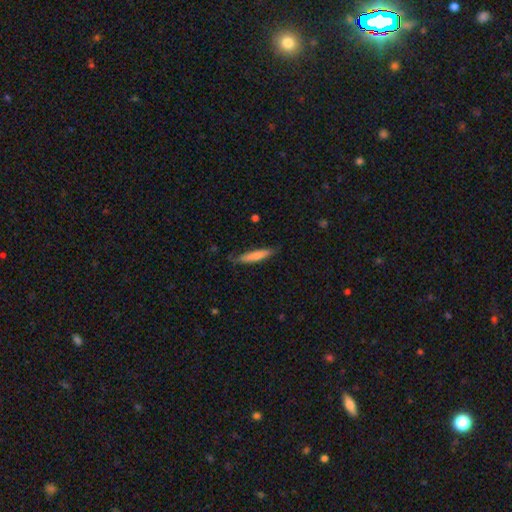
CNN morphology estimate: Smooth or featured?
  - smooth: 74% *
  - featured or disk: 21%
  - star or artifact: 5%
How rounded?
  - cigar-shaped: 88% *
  - in between: 11%
  - round: 1%
Merging?
  - none: 75% *
  - minor disturbance: 20%
  - major disturbance: 4%
  - merger: 2%